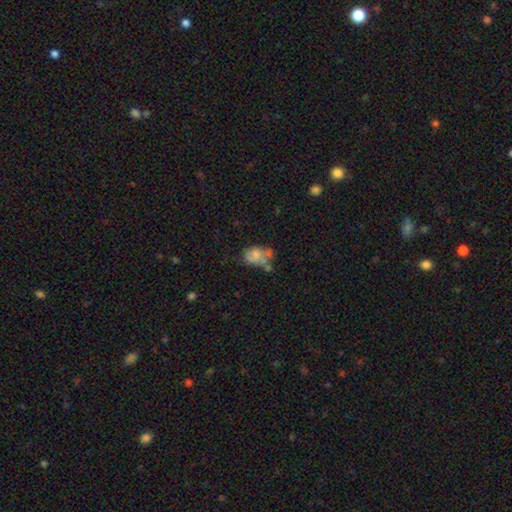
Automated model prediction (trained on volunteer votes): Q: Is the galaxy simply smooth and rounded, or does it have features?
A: smooth — 56%.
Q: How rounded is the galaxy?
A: in between — 75%.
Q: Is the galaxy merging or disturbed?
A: merger — 30%.